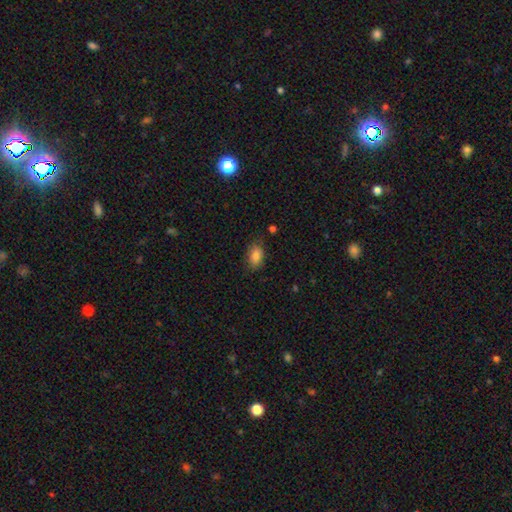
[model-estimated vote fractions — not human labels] Smooth or featured? smooth (85%)
How rounded? in between (87%)
Merging? none (76%)